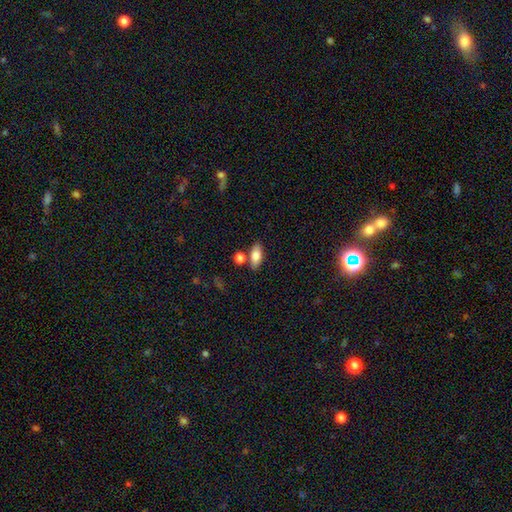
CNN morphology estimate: A smooth galaxy with no disk features (79%) that is in between round and cigar-shaped (82%). Merging: none (75%).